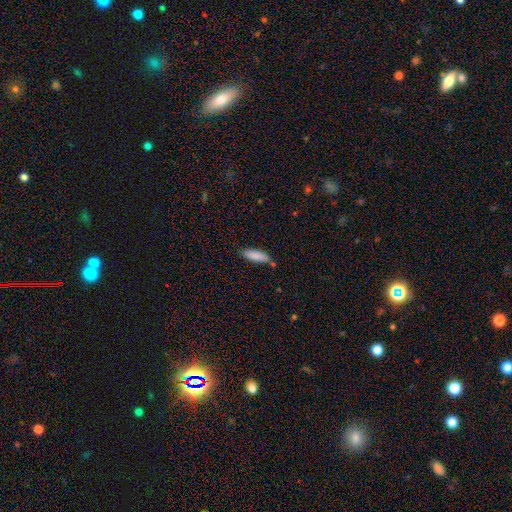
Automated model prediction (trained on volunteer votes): This is clearly a smooth galaxy (87%). How rounded: possibly in between (55%). Merging: likely none (71%).